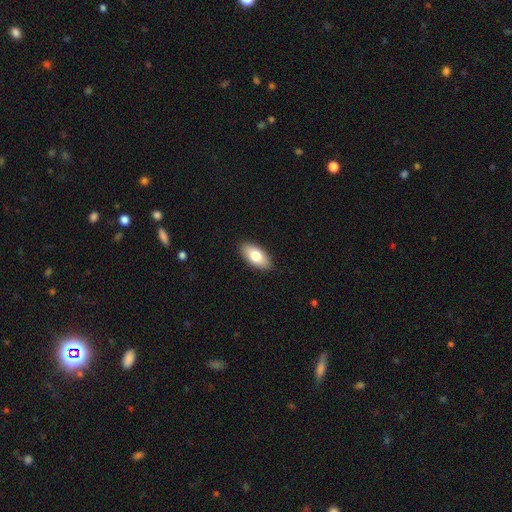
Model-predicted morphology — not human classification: type=smooth (77%); roundness=in between (92%); merging=none (89%).